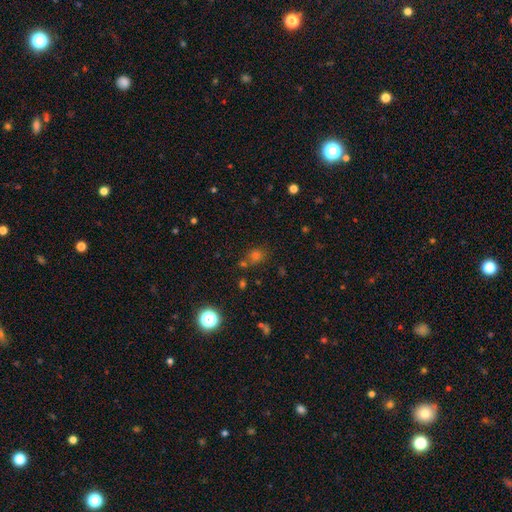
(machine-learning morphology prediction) Smooth or featured?
  - smooth: 56% *
  - star or artifact: 36%
  - featured or disk: 7%
How rounded?
  - round: 75% *
  - in between: 24%
  - cigar-shaped: 1%
Merging?
  - none: 72% *
  - merger: 12%
  - minor disturbance: 11%
  - major disturbance: 5%